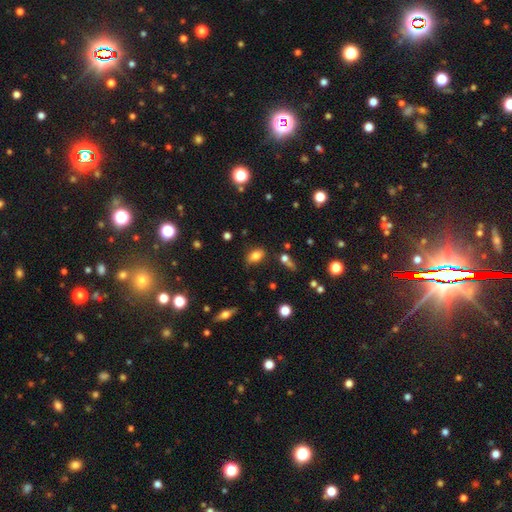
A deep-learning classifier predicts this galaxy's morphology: A smooth galaxy with no disk features (79%) that is in between round and cigar-shaped (85%).

Vote fractions:
- Smooth or featured? smooth: 79% / star or artifact: 11% / featured or disk: 10%
- How rounded? in between: 85% / round: 11% / cigar-shaped: 3%
- Merging? none: 76% / minor disturbance: 16% / merger: 5% / major disturbance: 4%